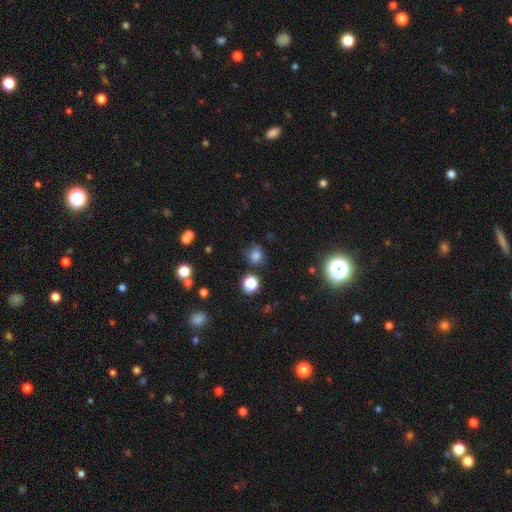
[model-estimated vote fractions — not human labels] A smooth galaxy with no disk features (75%) that is round (74%).

Vote fractions:
- Smooth or featured? smooth: 75% / star or artifact: 19% / featured or disk: 6%
- How rounded? round: 74% / in between: 25% / cigar-shaped: 1%
- Merging? none: 73% / minor disturbance: 17% / major disturbance: 6% / merger: 4%